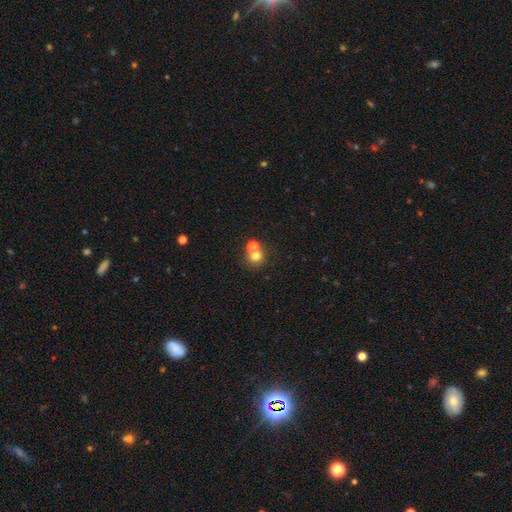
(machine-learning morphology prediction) Smooth or featured?
  - smooth: 71% *
  - star or artifact: 17%
  - featured or disk: 12%
How rounded?
  - round: 87% *
  - in between: 13%
  - cigar-shaped: 1%
Merging?
  - none: 52% *
  - merger: 39%
  - minor disturbance: 6%
  - major disturbance: 3%